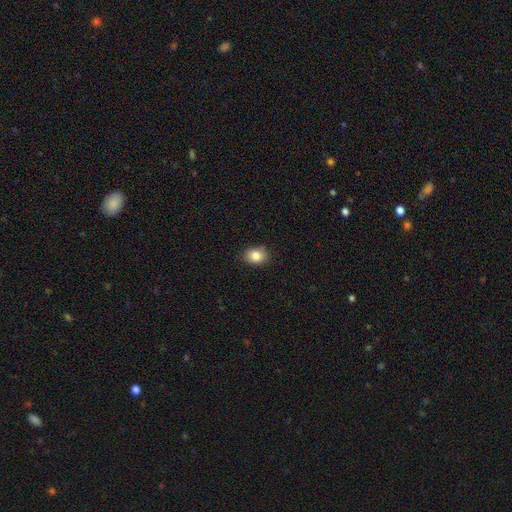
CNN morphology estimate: Smooth or featured? smooth (85%)
How rounded? in between (55%)
Merging? none (86%)